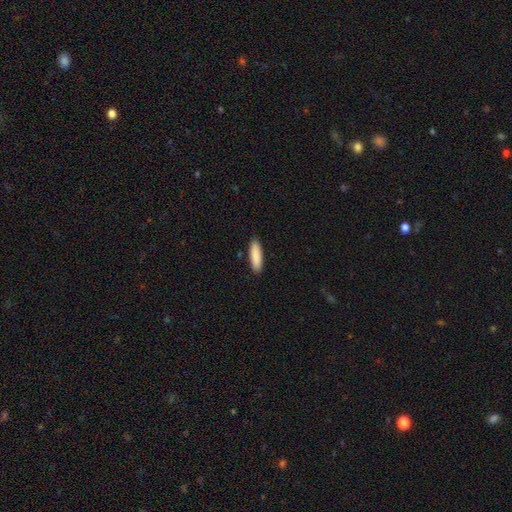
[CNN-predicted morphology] A smooth galaxy with no disk features (89%) that is cigar-shaped (59%). Merging: none (90%).